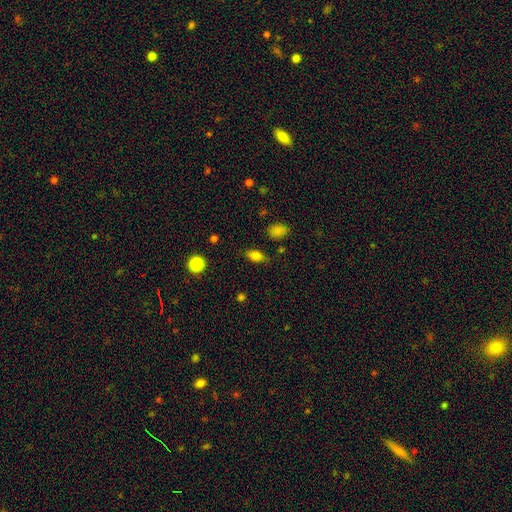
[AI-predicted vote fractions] Smooth or featured? Predicted: smooth (p=0.80). How rounded? Predicted: in between (p=0.85). Merging? Predicted: none (p=0.81).